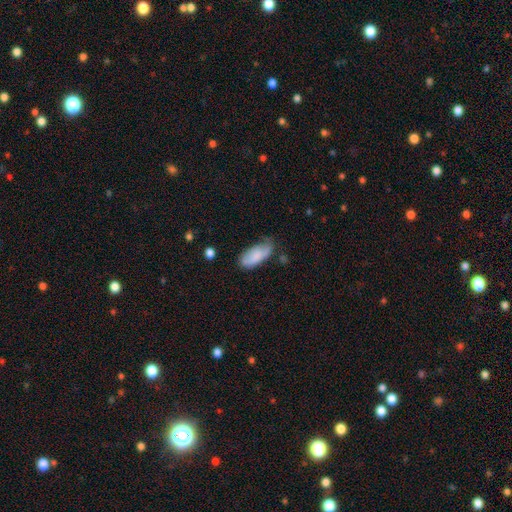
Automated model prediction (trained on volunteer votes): smooth-or-featured: smooth: 78% | featured or disk: 15% | star or artifact: 7%
  how-rounded: in between: 85% | cigar-shaped: 13% | round: 2%
  merging: none: 46% | minor disturbance: 38% | major disturbance: 13% | merger: 4%